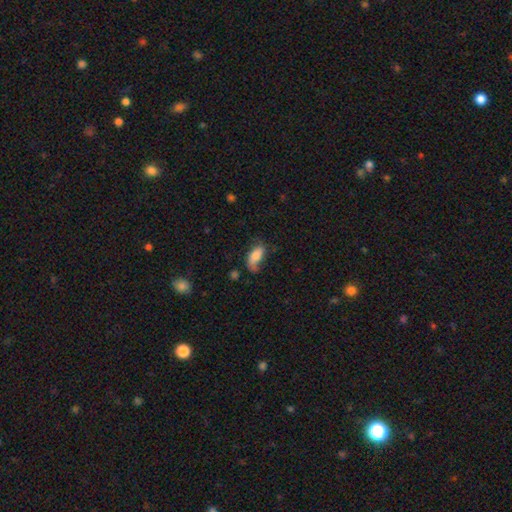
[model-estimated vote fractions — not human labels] smooth 71%, featured or disk 22%, star or artifact 8%. Down the decision tree: how rounded — in between (88%); merging — none (46%).